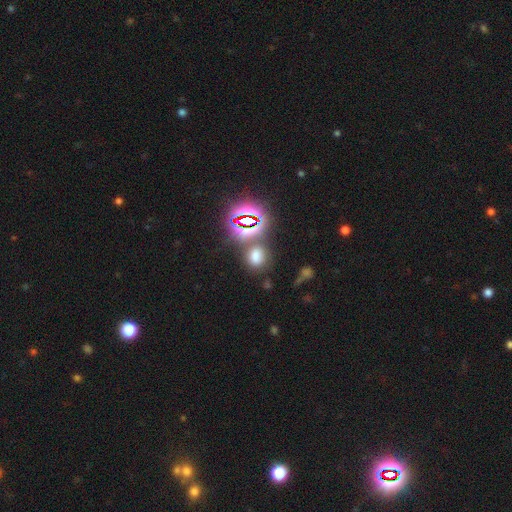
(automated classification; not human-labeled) Smooth or featured? Predicted: smooth (p=0.62). How rounded? Predicted: round (p=0.52). Merging? Predicted: none (p=0.69).